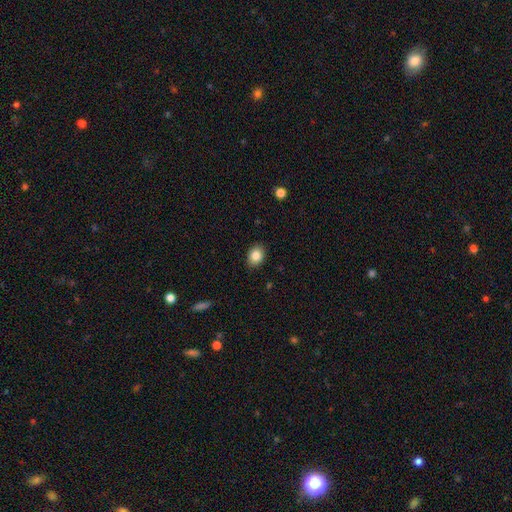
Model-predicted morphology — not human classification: A smooth galaxy with no disk features (85%) that is in between round and cigar-shaped (64%).

Vote fractions:
- Smooth or featured? smooth: 85% / star or artifact: 9% / featured or disk: 7%
- How rounded? in between: 64% / round: 35% / cigar-shaped: 1%
- Merging? none: 89% / minor disturbance: 8% / major disturbance: 2% / merger: 1%